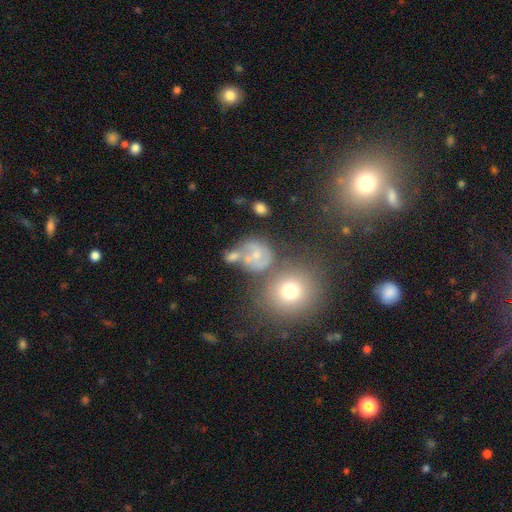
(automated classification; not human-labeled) Smooth or featured? featured or disk (45%)
Merging? none (41%)